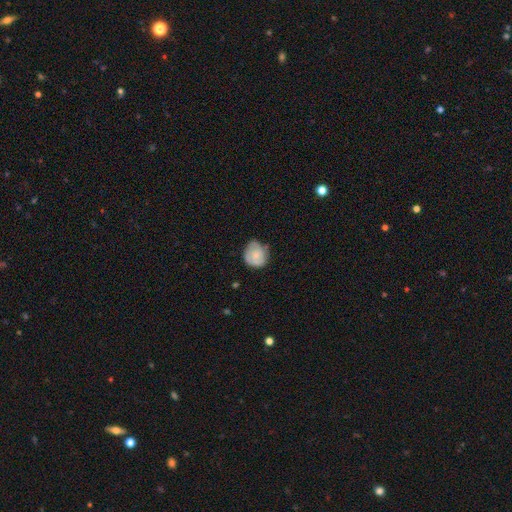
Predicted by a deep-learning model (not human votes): Smooth or featured: smooth — 63% (featured or disk — 30%)
How rounded: round — 72% (in between — 27%)
Merging: none — 60% (minor disturbance — 30%)